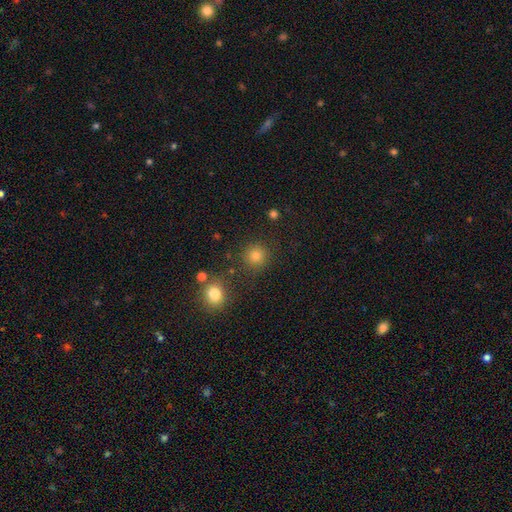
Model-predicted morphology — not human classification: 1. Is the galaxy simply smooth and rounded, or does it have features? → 80% smooth, 15% star or artifact, 5% featured or disk.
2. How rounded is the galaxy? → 93% round, 6% in between, 1% cigar-shaped.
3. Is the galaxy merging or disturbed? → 85% none, 7% minor disturbance, 5% merger, 3% major disturbance.